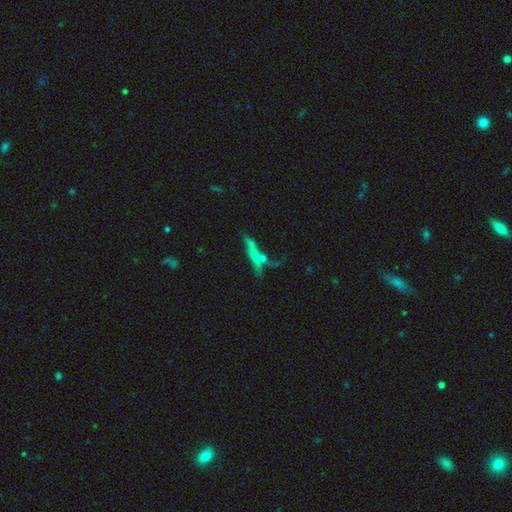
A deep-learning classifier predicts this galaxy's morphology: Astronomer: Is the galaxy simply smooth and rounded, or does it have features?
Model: featured or disk — 46% (runner-up: smooth, 42%).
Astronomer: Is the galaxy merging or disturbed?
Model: none — 43% (runner-up: merger, 29%).